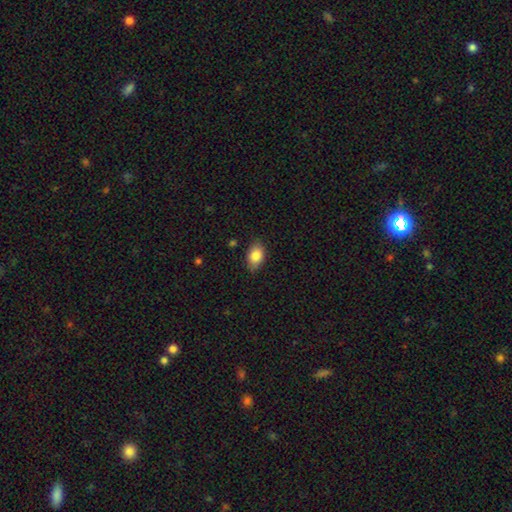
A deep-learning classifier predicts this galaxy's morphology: A smooth galaxy with no disk features (85%) that is in between round and cigar-shaped (86%).

Vote fractions:
- Smooth or featured? smooth: 85% / featured or disk: 8% / star or artifact: 8%
- How rounded? in between: 86% / round: 13% / cigar-shaped: 2%
- Merging? none: 81% / minor disturbance: 16% / major disturbance: 3% / merger: 1%